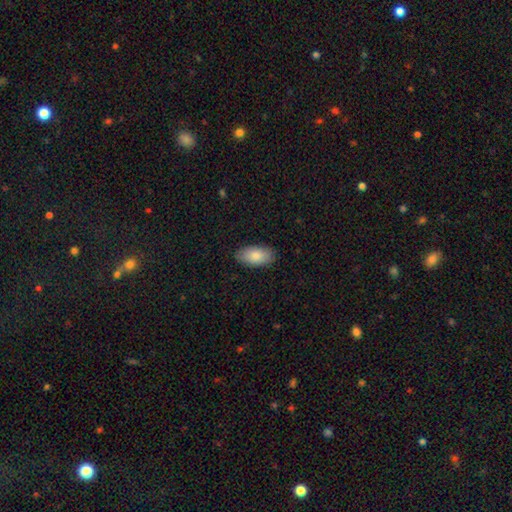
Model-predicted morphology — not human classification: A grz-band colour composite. It shows a smooth galaxy with no disk features (86%) that is in between round and cigar-shaped (94%). Merging: none (87%).